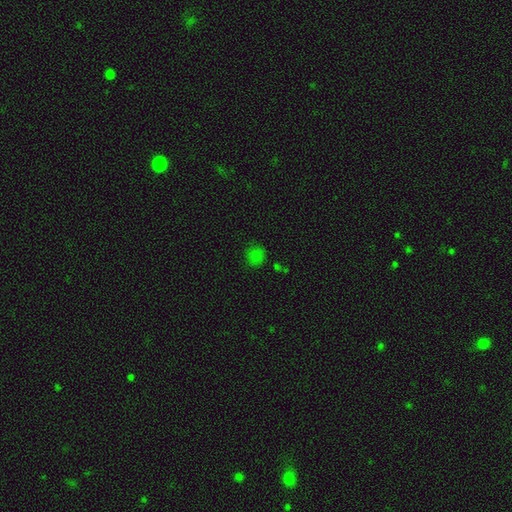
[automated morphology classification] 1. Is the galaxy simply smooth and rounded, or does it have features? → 76% smooth, 19% star or artifact, 5% featured or disk.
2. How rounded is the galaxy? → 87% round, 12% in between, 1% cigar-shaped.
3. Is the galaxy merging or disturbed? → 81% none, 12% minor disturbance, 4% major disturbance, 3% merger.